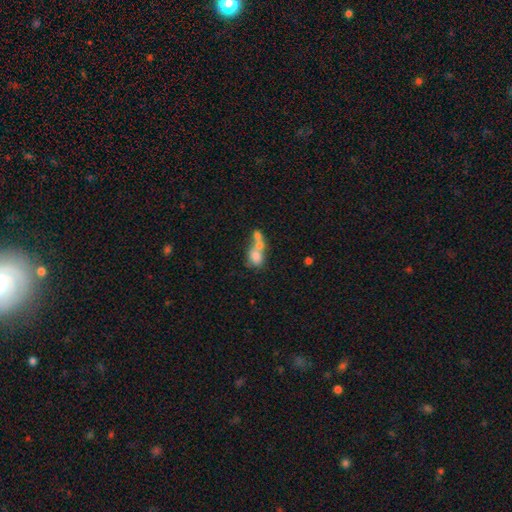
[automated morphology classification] Smooth or featured? Predicted: smooth (p=0.67). How rounded? Predicted: in between (p=0.55). Merging? Predicted: merger (p=0.66).